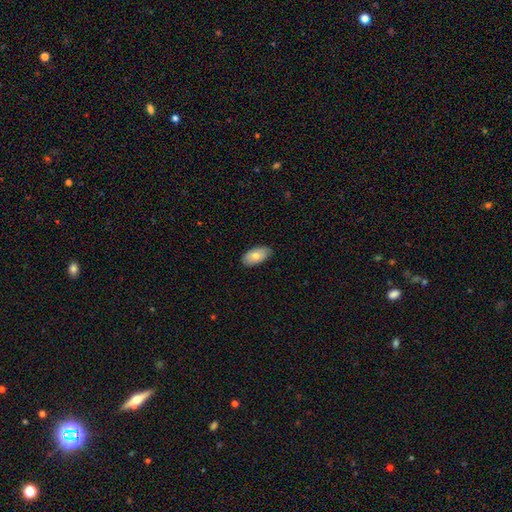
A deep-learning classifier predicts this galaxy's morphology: Overall: smooth (80%). How rounded: in between (94%). Merging: none (86%).